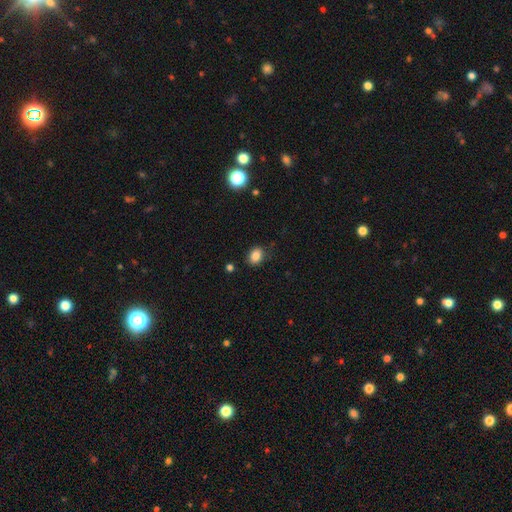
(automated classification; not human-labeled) smooth 84%, star or artifact 10%, featured or disk 5%. Down the decision tree: how rounded — in between (64%); merging — none (82%).